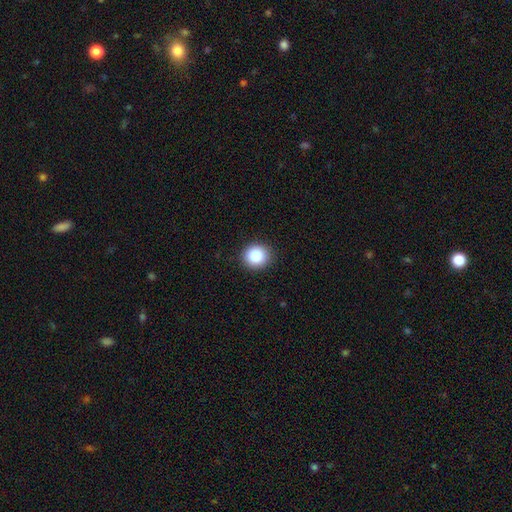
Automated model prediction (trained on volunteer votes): The model was most divided on "how rounded": round: 88%, in between: 11%, cigar-shaped: 1%. More confident: merging — none (91%); smooth or featured — smooth (88%).